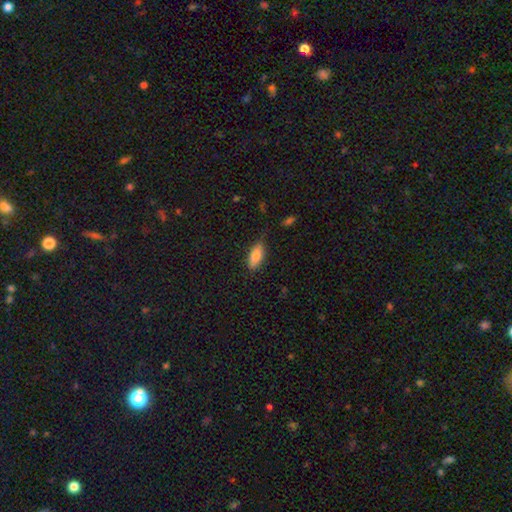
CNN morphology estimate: The model was most divided on "merging": none: 73%, minor disturbance: 21%, major disturbance: 4%, merger: 2%. More confident: how rounded — in between (80%); smooth or featured — smooth (80%).